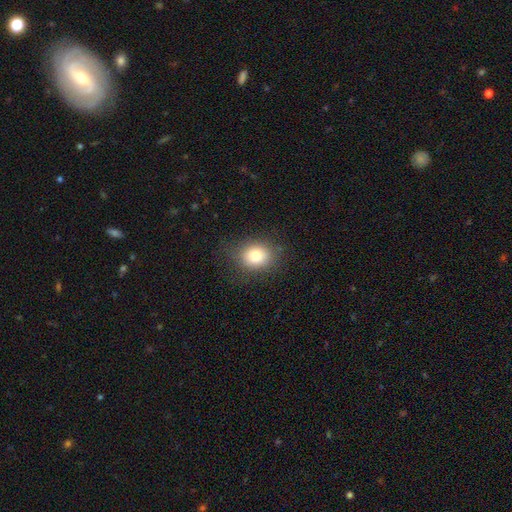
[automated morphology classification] Smooth or featured: smooth — 80% (star or artifact — 11%)
How rounded: round — 58% (in between — 41%)
Merging: none — 79% (minor disturbance — 14%)